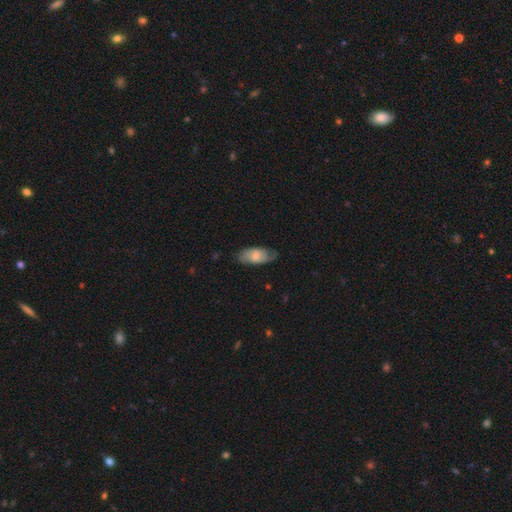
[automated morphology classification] type=smooth (53%); roundness=in between (88%); merging=none (69%).